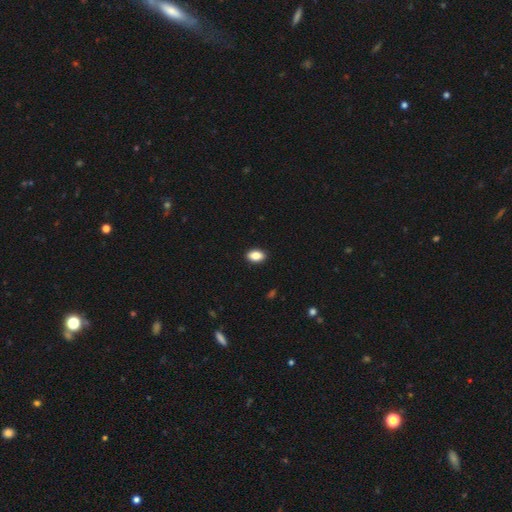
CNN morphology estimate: smooth 87%, star or artifact 8%, featured or disk 5%. Down the decision tree: how rounded — in between (89%); merging — none (91%).